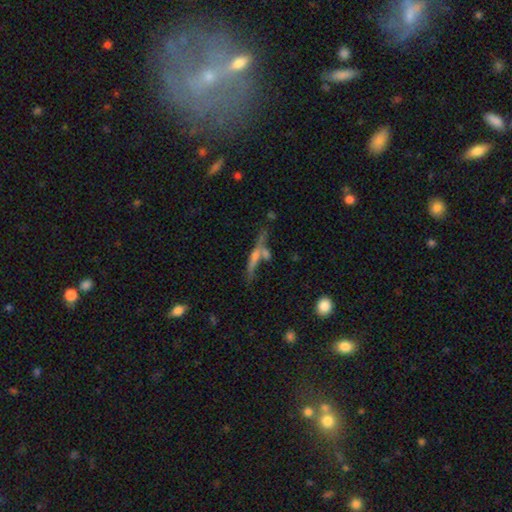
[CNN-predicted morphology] Smooth or featured? Predicted: featured or disk (p=0.59). Edge-on disk? Predicted: yes (p=0.90). Edge-on bulge? Predicted: rounded (p=0.60). Merging? Predicted: none (p=0.63).